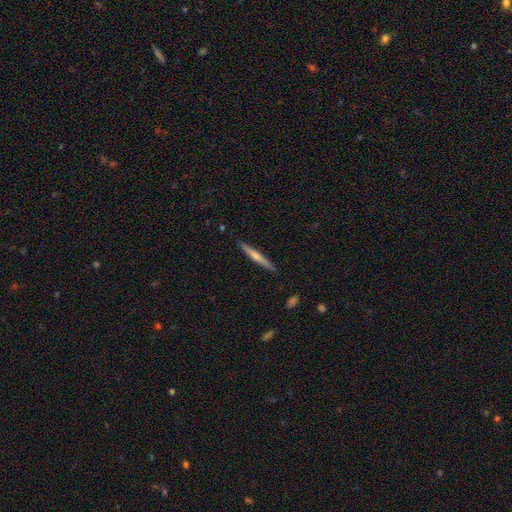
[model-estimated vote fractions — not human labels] Smooth or featured? featured or disk (60%)
Edge-on disk? yes (98%)
Edge-on bulge? rounded (71%)
Merging? none (91%)